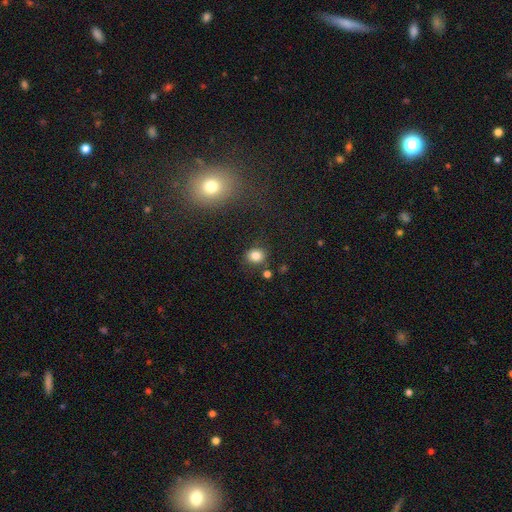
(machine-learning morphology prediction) smooth 82%, star or artifact 12%, featured or disk 6%. Down the decision tree: how rounded — round (71%); merging — none (80%).